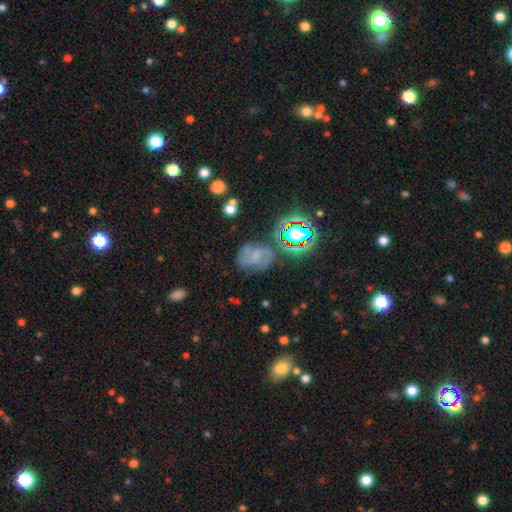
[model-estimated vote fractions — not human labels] A featured or disk galaxy (49%). Merging: none (60%).